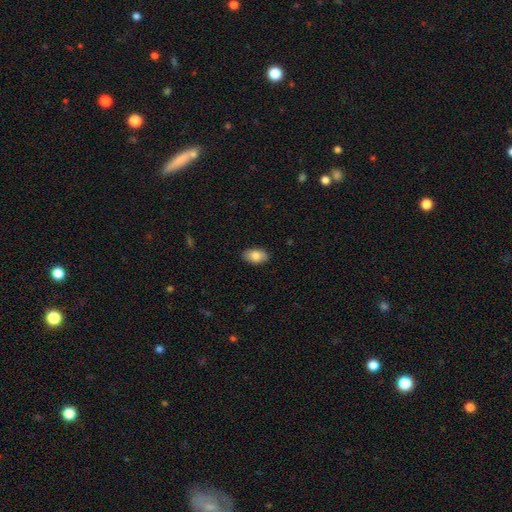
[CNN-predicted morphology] A smooth galaxy with no disk features (84%) that is in between round and cigar-shaped (93%).

Vote fractions:
- Smooth or featured? smooth: 84% / featured or disk: 9% / star or artifact: 7%
- How rounded? in between: 93% / round: 6% / cigar-shaped: 2%
- Merging? none: 88% / minor disturbance: 9% / major disturbance: 2% / merger: 1%